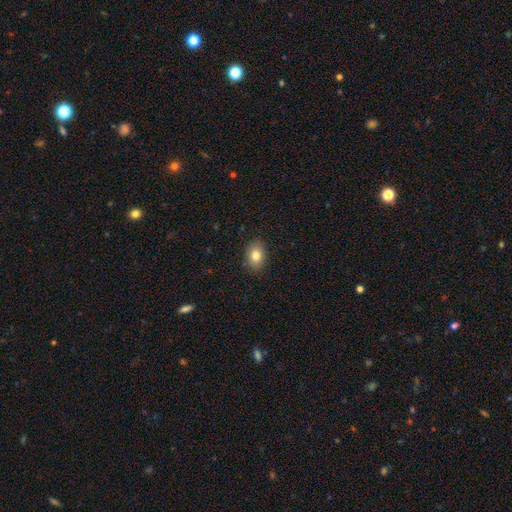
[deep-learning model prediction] Morphology: type=smooth (82%); roundness=in between (78%); merging=none (87%).